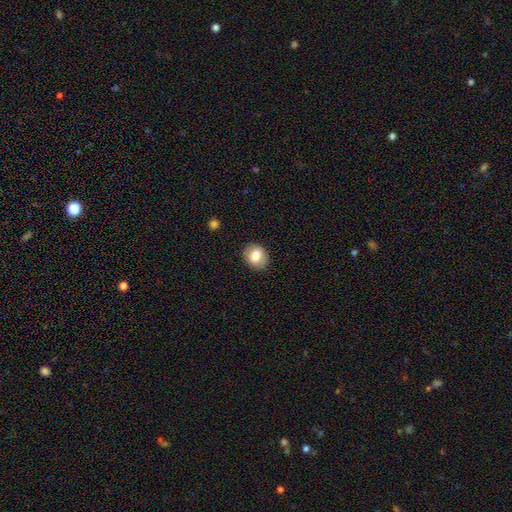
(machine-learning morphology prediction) smooth-or-featured: smooth: 80% | featured or disk: 12% | star or artifact: 8%
  how-rounded: round: 52% | in between: 47% | cigar-shaped: 1%
  merging: none: 85% | minor disturbance: 11% | major disturbance: 3% | merger: 1%